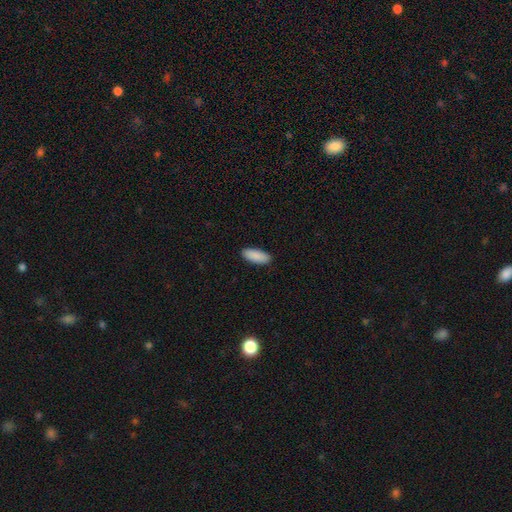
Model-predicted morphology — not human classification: The model was most divided on "how rounded": in between: 81%, cigar-shaped: 17%, round: 2%. More confident: smooth or featured — smooth (91%); merging — none (90%).